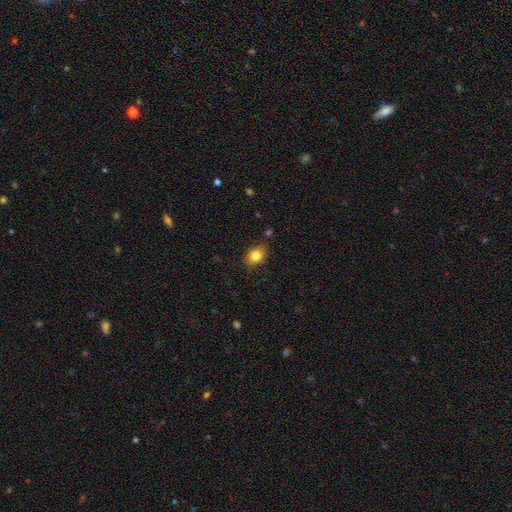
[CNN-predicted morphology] smooth-or-featured: smooth: 82% | star or artifact: 9% | featured or disk: 9%
  how-rounded: in between: 64% | round: 34% | cigar-shaped: 1%
  merging: none: 82% | minor disturbance: 13% | major disturbance: 3% | merger: 2%